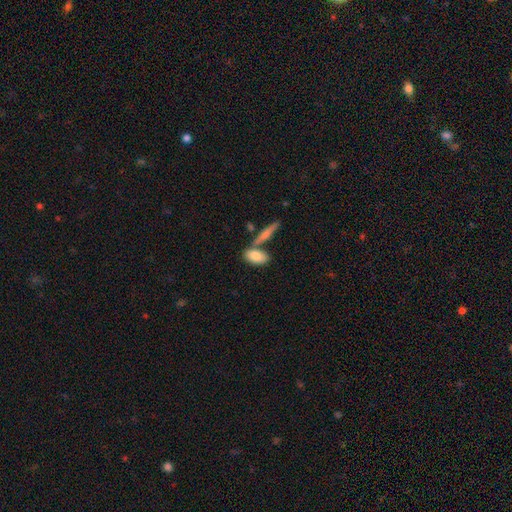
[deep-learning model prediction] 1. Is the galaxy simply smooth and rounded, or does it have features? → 78% smooth, 15% featured or disk, 6% star or artifact.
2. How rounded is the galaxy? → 85% in between, 11% cigar-shaped, 4% round.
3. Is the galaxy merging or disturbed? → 56% none, 27% merger, 13% minor disturbance, 4% major disturbance.